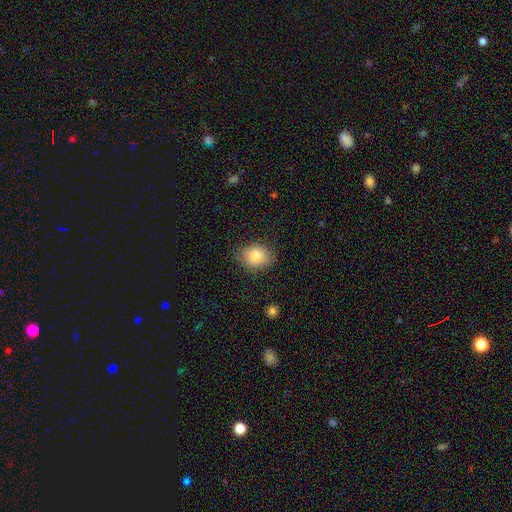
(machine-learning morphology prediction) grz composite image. It shows a smooth galaxy with no disk features (82%) that is in between round and cigar-shaped (57%). Merging: none (77%).